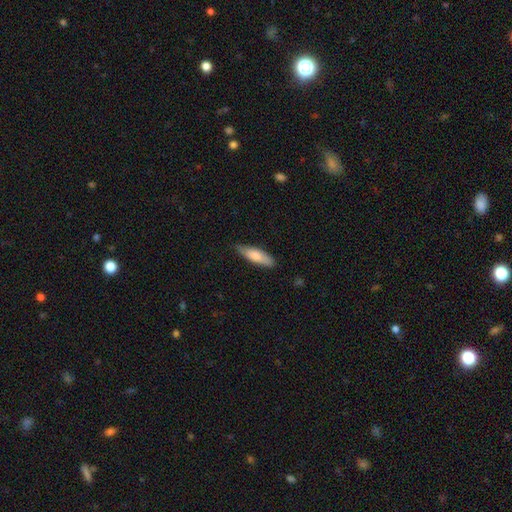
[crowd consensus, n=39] This appears to be a smooth galaxy with no disk features (77%) that is in between round and cigar-shaped (57%). Merging: none (81%).